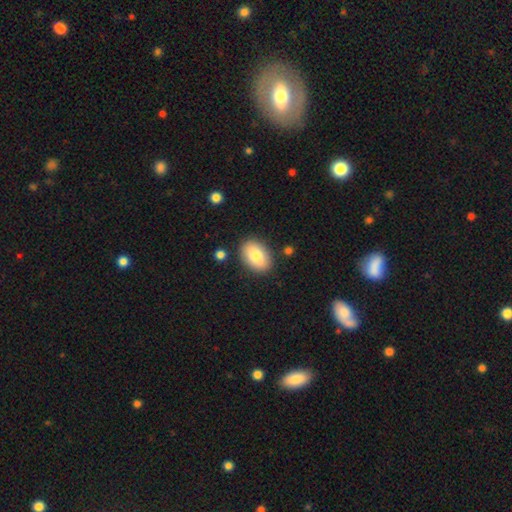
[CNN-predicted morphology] smooth-or-featured: smooth: 81% | featured or disk: 12% | star or artifact: 7%
  how-rounded: in between: 86% | round: 13% | cigar-shaped: 1%
  merging: none: 85% | minor disturbance: 10% | major disturbance: 3% | merger: 2%